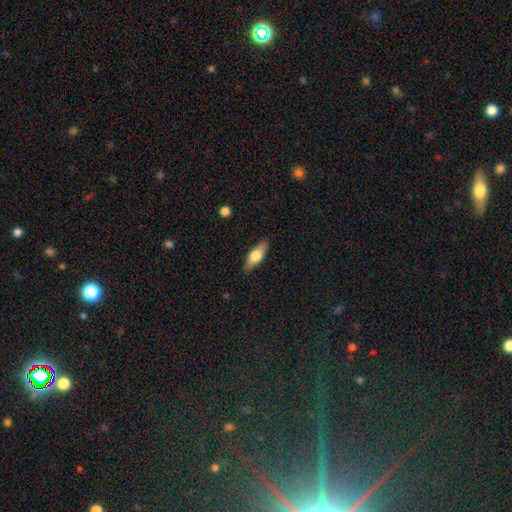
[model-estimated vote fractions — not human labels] Overall: smooth (62%; featured or disk 32%). How rounded: in between (66%; cigar-shaped 31%). Merging: none (87%).